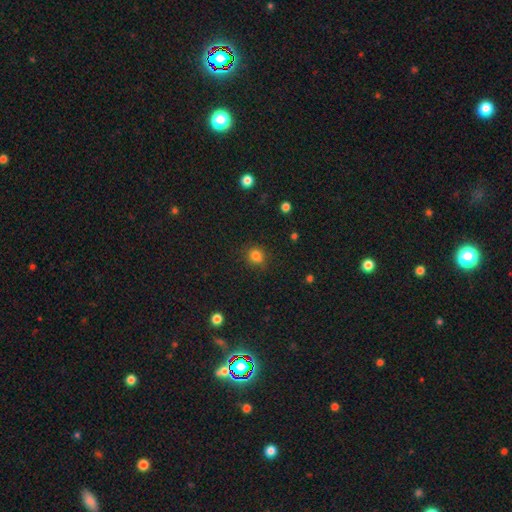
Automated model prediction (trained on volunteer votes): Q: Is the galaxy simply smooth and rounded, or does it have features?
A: smooth — 80%.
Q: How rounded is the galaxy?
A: round — 83%.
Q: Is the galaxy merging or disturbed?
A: none — 77%.